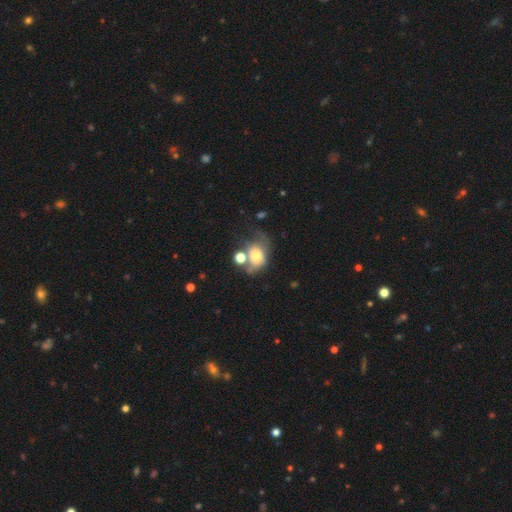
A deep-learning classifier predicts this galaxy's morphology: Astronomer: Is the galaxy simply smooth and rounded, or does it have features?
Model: smooth — 67%.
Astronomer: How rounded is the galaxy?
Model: in between — 55% (runner-up: round, 44%).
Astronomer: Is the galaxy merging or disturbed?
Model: merger — 31% (runner-up: none, 26%).